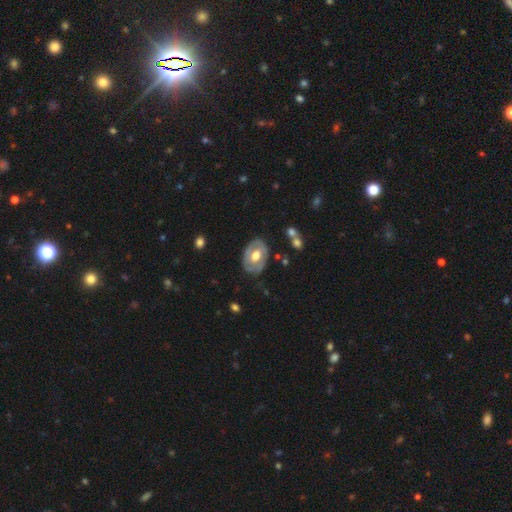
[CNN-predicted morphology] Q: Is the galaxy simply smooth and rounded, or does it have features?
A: featured or disk — 59%.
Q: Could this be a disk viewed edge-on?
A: no — 93%.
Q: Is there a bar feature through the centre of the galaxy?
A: no — 65%.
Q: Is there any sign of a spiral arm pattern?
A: no — 69%.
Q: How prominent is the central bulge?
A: moderate — 64%.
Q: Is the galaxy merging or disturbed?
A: none — 73%.